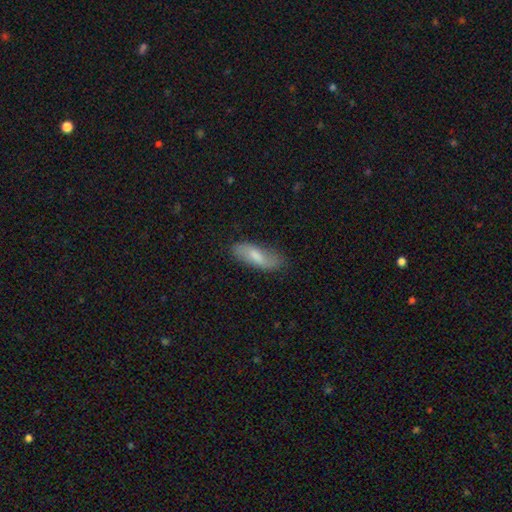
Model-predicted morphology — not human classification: This is likely a smooth galaxy (63%). How rounded: likely in between (66%). Merging: likely none (74%).